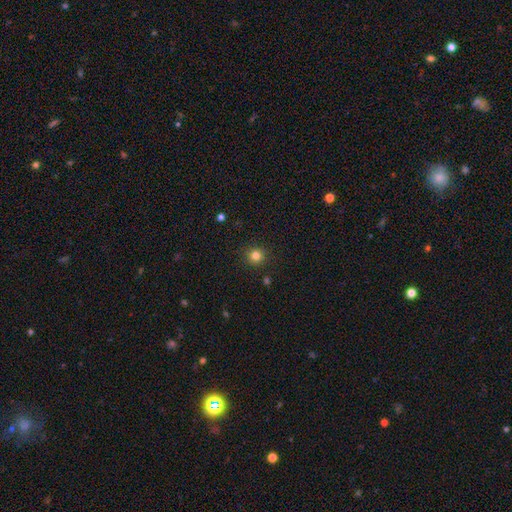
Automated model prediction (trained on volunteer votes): This appears to be a smooth galaxy with no disk features (82%) that is round (94%). Merging: none (91%).